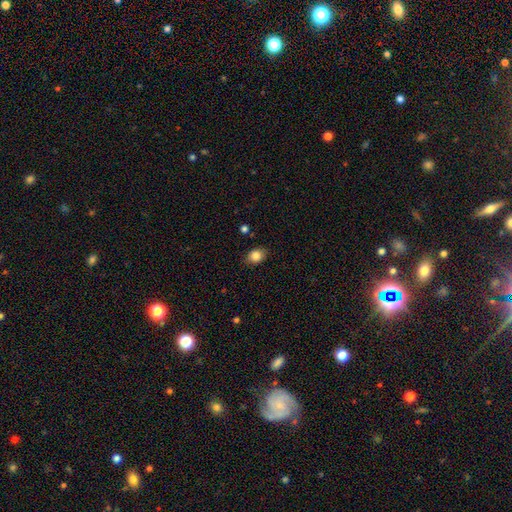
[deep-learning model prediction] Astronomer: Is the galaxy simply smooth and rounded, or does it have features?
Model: smooth — 84%.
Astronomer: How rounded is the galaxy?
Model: in between — 64%.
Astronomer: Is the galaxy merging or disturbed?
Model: none — 84%.